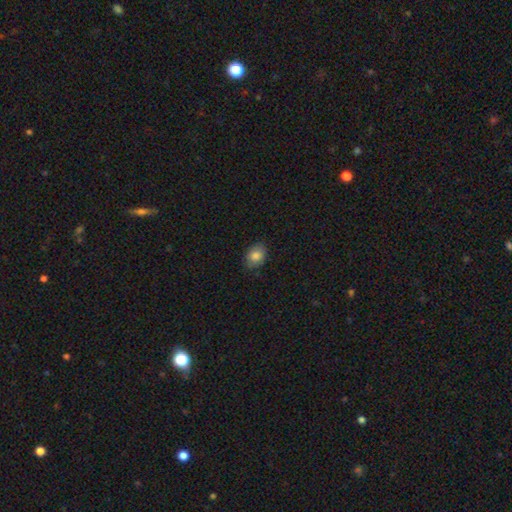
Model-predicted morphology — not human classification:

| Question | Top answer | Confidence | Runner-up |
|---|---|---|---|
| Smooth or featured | smooth | 83% | star or artifact (9%) |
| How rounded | in between | 72% | round (27%) |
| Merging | none | 82% | minor disturbance (14%) |